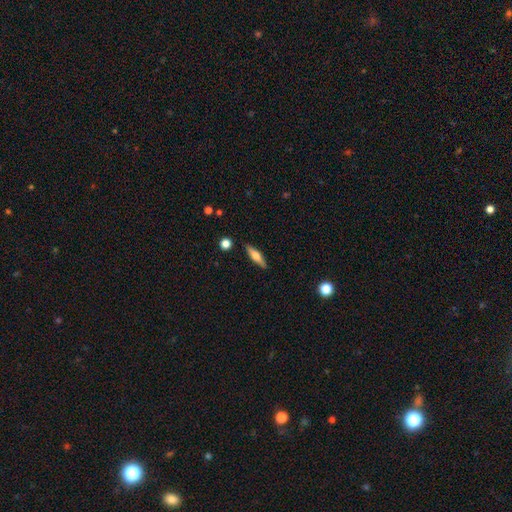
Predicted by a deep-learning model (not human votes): A smooth galaxy with no disk features (49%).

Vote fractions:
- Smooth or featured? smooth: 49% / featured or disk: 44% / star or artifact: 7%
- Merging? none: 88% / minor disturbance: 8% / major disturbance: 2% / merger: 2%